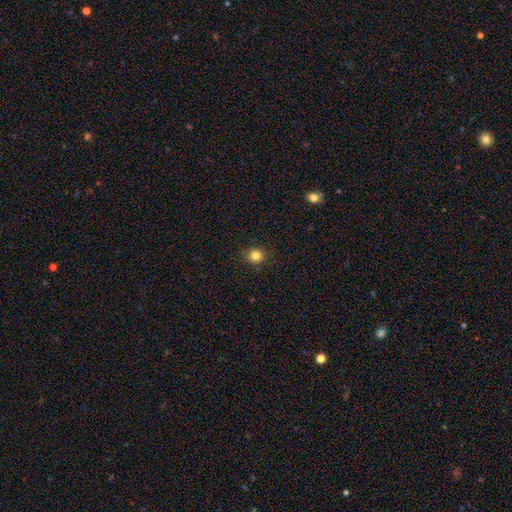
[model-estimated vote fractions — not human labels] A smooth galaxy with no disk features (83%) that is round (83%). Merging: none (89%).